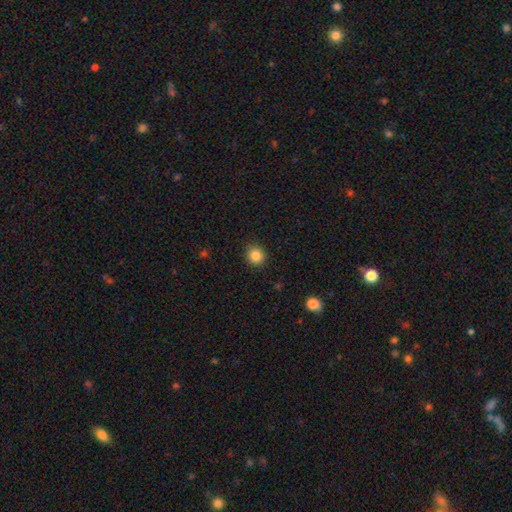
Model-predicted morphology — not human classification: Smooth or featured: smooth — 86% (star or artifact — 10%)
How rounded: round — 88% (in between — 11%)
Merging: none — 90% (minor disturbance — 7%)